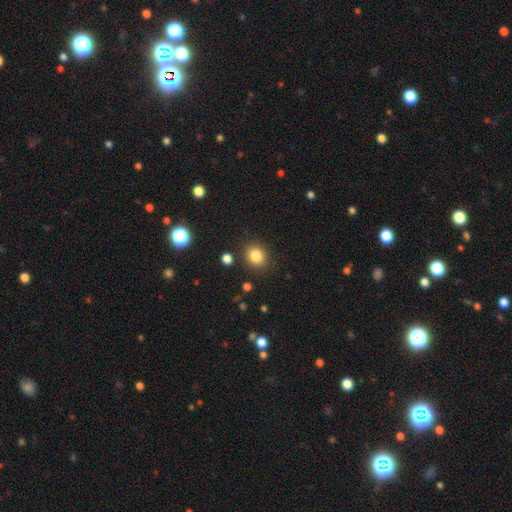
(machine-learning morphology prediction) Overall: smooth (83%). How rounded: round (76%). Merging: none (87%).